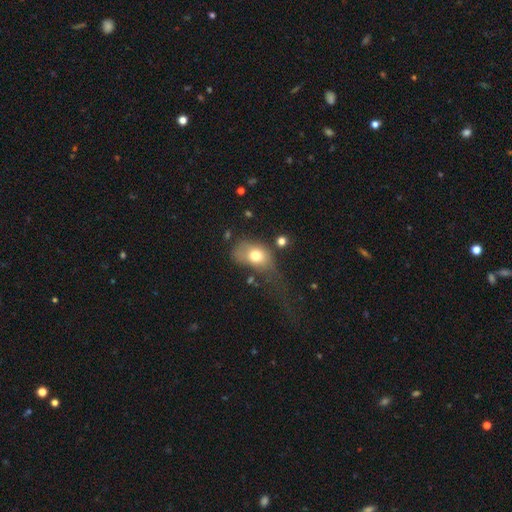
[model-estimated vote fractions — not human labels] This is likely a smooth galaxy (71%). How rounded: likely in between (74%). Merging: marginally major disturbance (44%).